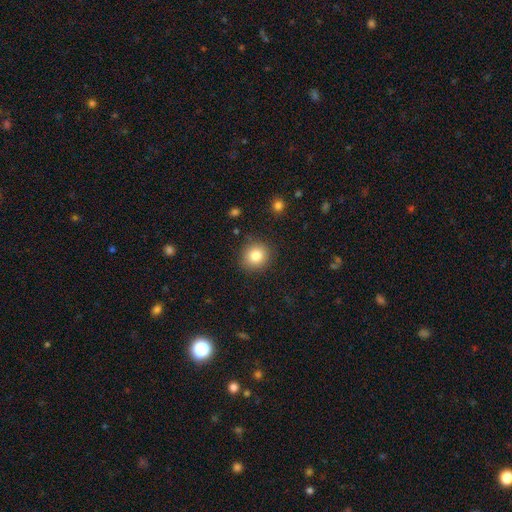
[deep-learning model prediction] Overall: smooth (82%). How rounded: round (86%). Merging: none (88%).